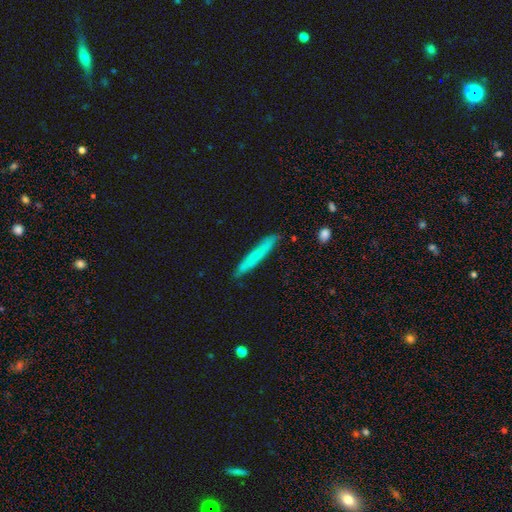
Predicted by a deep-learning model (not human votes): Overall: smooth (63%; featured or disk 31%). How rounded: cigar-shaped (94%). Merging: none (85%).